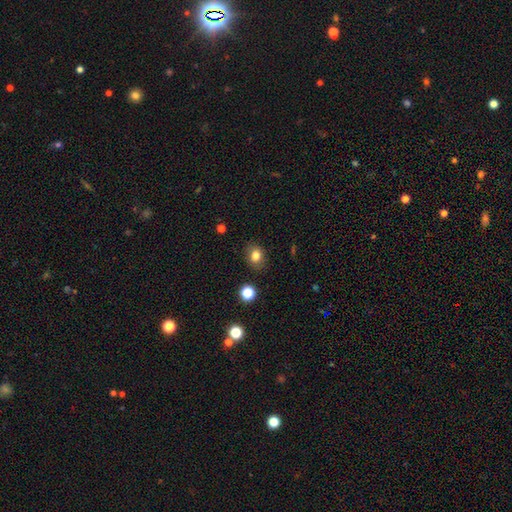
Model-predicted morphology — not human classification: Q: Smooth or featured?
A: smooth (80%); runner-up: star or artifact (12%)
Q: How rounded?
A: round (54%); runner-up: in between (45%)
Q: Merging?
A: none (85%); runner-up: minor disturbance (10%)